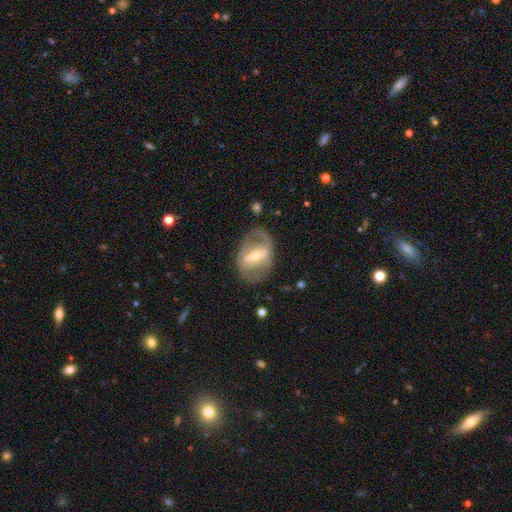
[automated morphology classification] This is likely a featured or disk galaxy (75%). It is clearly not viewed edge-on (93%). Bar: possibly strong (59%). Spiral arm pattern: possibly yes (58%). Central bulge: possibly moderate (50%). Merging: likely none (69%).